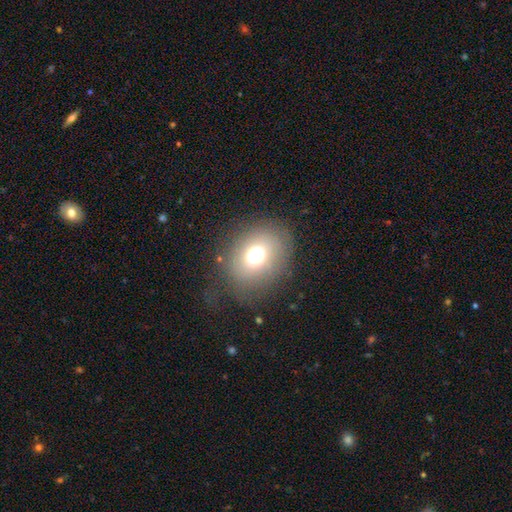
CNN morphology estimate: This appears to be a smooth galaxy with no disk features (71%) that is round (54%). Merging: none (73%).